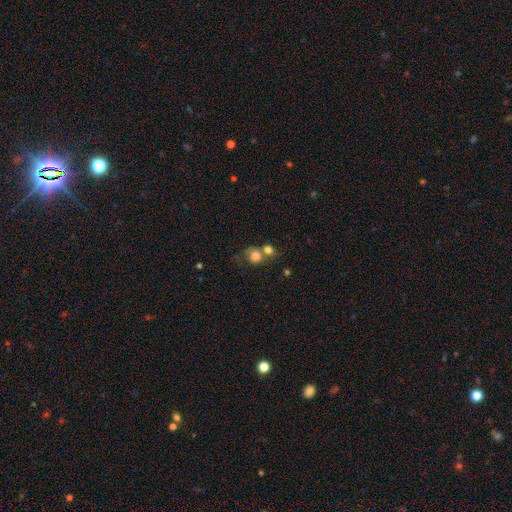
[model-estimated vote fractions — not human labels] Morphology: type=smooth (78%); roundness=round (72%); merging=merger (48%).